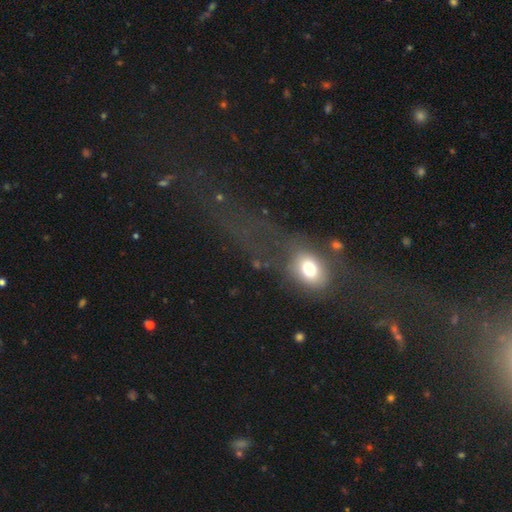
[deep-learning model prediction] star or artifact 38%, smooth 34%, featured or disk 27%.